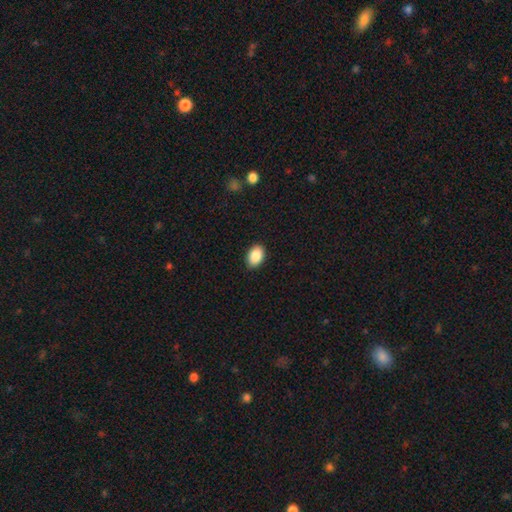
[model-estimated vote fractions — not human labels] Smooth or featured? smooth (89%)
How rounded? in between (87%)
Merging? none (90%)